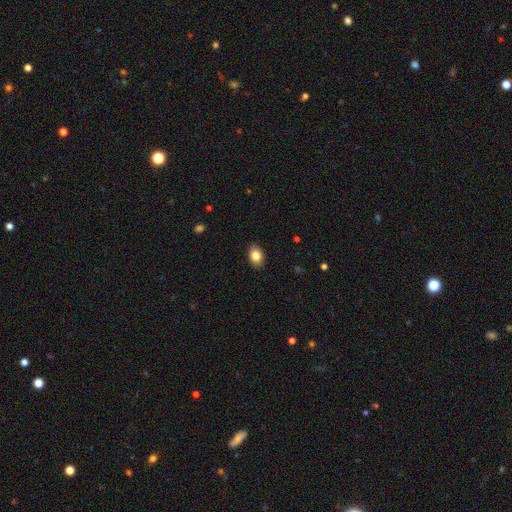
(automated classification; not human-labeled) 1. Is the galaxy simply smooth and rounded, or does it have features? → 83% smooth, 8% featured or disk, 8% star or artifact.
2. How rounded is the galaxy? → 79% in between, 20% round, 1% cigar-shaped.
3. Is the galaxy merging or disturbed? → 89% none, 8% minor disturbance, 2% major disturbance, 1% merger.